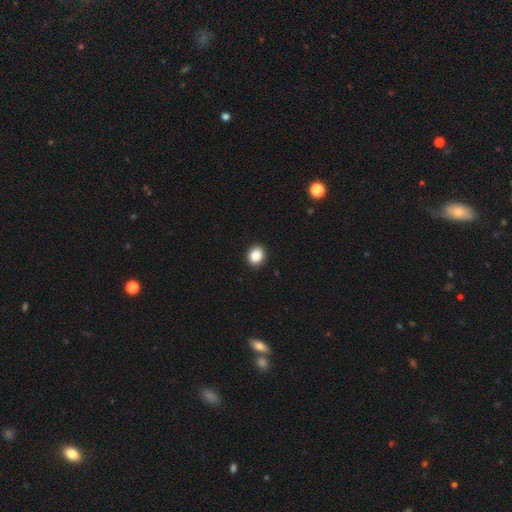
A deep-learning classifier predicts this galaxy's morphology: This is clearly a smooth galaxy (88%). How rounded: likely round (64%). Merging: clearly none (91%).